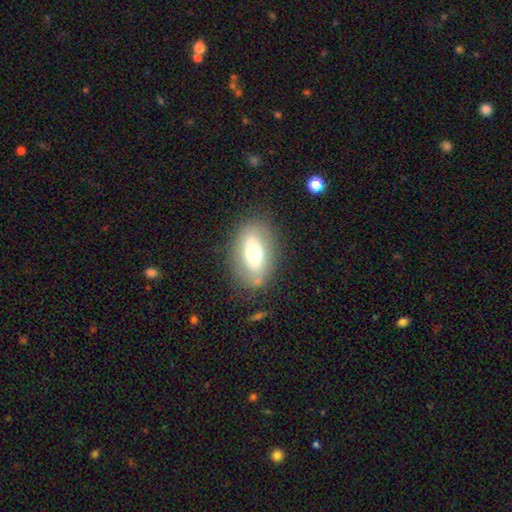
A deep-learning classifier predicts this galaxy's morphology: This is possibly a smooth galaxy (57%). How rounded: clearly in between (88%). Merging: likely none (78%).